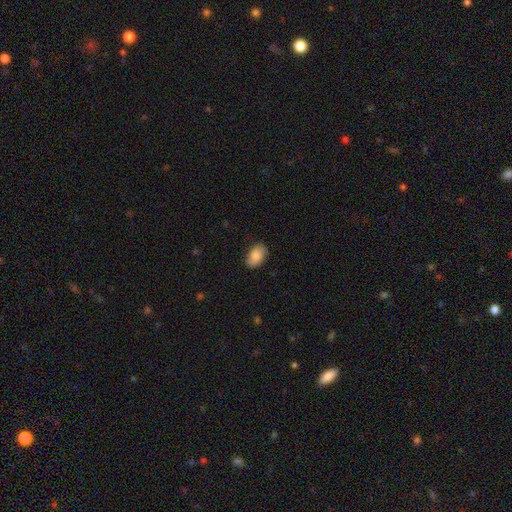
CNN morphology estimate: smooth-or-featured: smooth: 83% | featured or disk: 10% | star or artifact: 7%
  how-rounded: in between: 89% | round: 10% | cigar-shaped: 1%
  merging: none: 80% | minor disturbance: 16% | major disturbance: 3% | merger: 1%